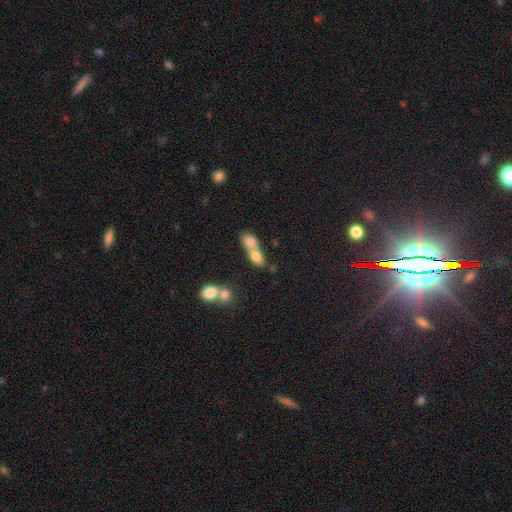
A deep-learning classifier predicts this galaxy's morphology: Smooth or featured? Predicted: smooth (p=0.73). How rounded? Predicted: in between (p=0.63). Merging? Predicted: merger (p=0.74).